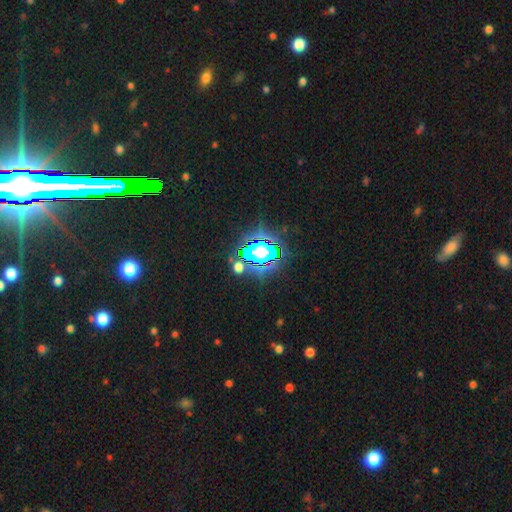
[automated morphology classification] Q: Smooth or featured?
A: star or artifact (77%); runner-up: smooth (13%)